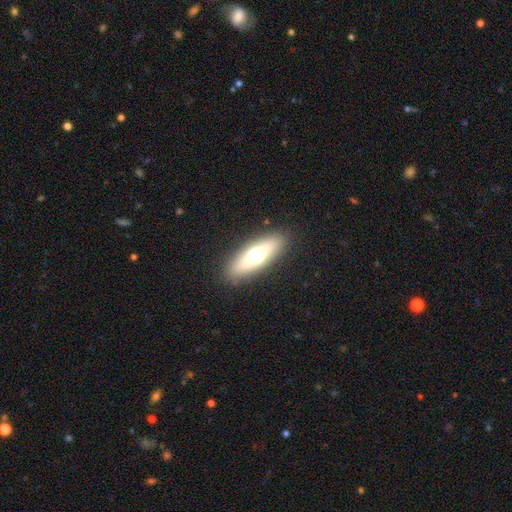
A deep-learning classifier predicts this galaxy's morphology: Smooth or featured: smooth — 57% (featured or disk — 33%)
How rounded: in between — 59% (cigar-shaped — 35%)
Merging: none — 87% (minor disturbance — 8%)